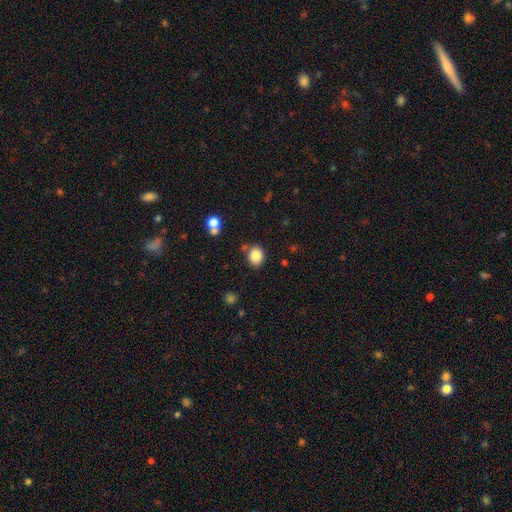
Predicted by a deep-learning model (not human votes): smooth_or_featured: smooth (p=0.84) [alt: star or artifact p=0.10]
how_rounded: round (p=0.65) [alt: in between p=0.34]
merging: none (p=0.78) [alt: minor disturbance p=0.12]